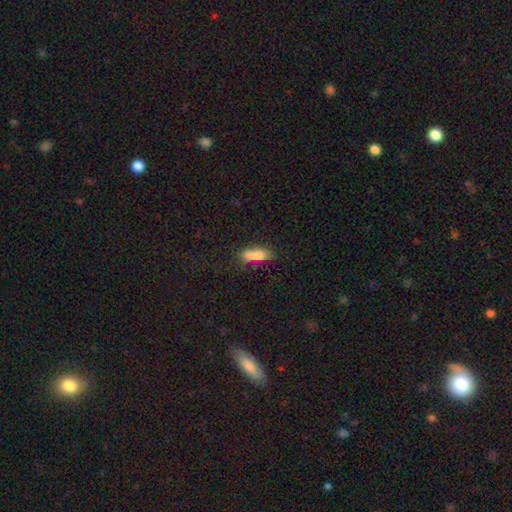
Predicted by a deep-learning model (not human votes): Q: Smooth or featured?
A: smooth (78%); runner-up: featured or disk (12%)
Q: How rounded?
A: in between (67%); runner-up: cigar-shaped (29%)
Q: Merging?
A: none (54%); runner-up: minor disturbance (23%)